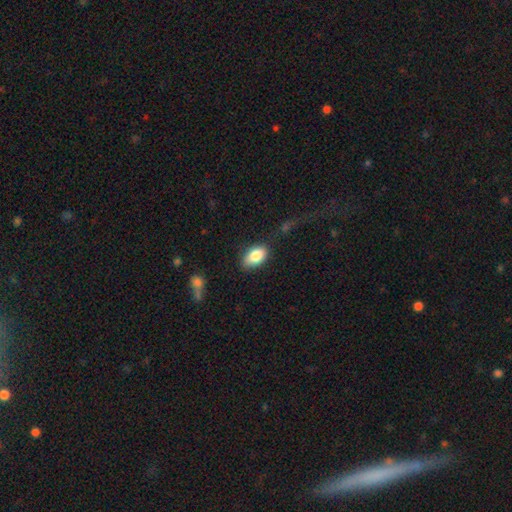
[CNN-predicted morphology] Smooth or featured: smooth — 85% (featured or disk — 8%)
How rounded: in between — 91% (round — 7%)
Merging: none — 78% (minor disturbance — 15%)